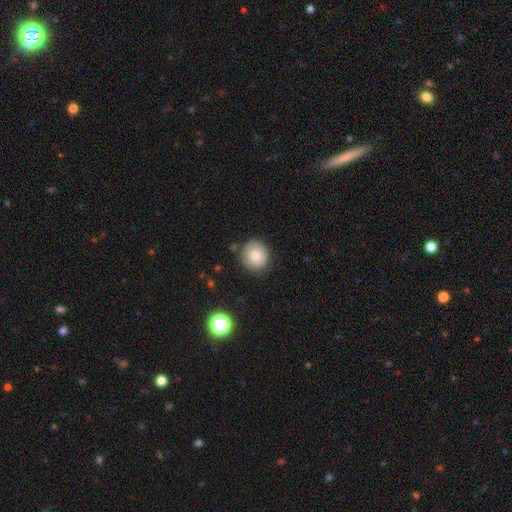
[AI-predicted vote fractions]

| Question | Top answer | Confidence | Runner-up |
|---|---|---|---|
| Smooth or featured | smooth | 80% | featured or disk (11%) |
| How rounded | round | 90% | in between (9%) |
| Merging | none | 83% | minor disturbance (12%) |